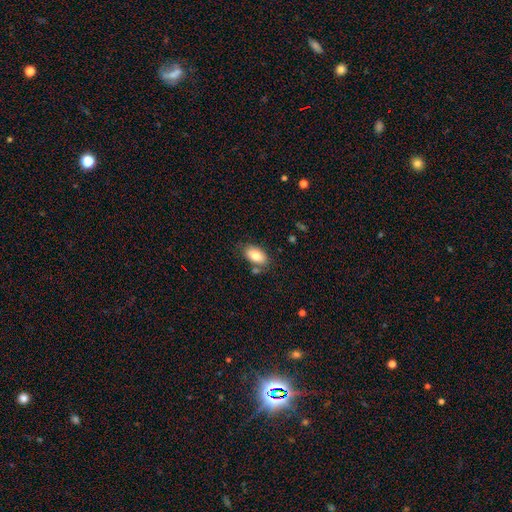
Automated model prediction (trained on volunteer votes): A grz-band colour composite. It shows a smooth galaxy with no disk features (78%) that is in between round and cigar-shaped (92%). Merging: none (70%).